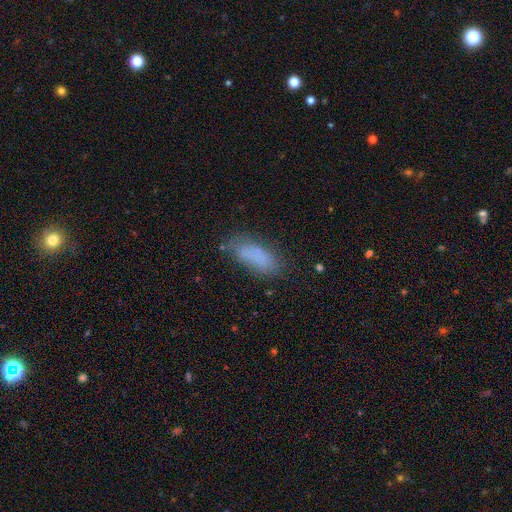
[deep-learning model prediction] Smooth or featured? smooth (76%)
How rounded? in between (75%)
Merging? none (65%)